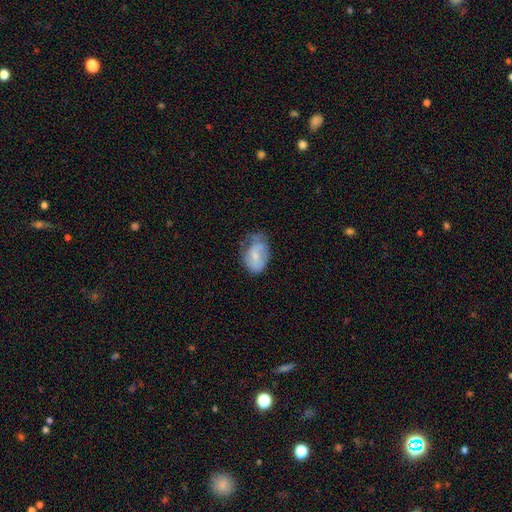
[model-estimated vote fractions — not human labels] Morphology: type=smooth (52%); roundness=in between (84%); merging=minor disturbance (40%).